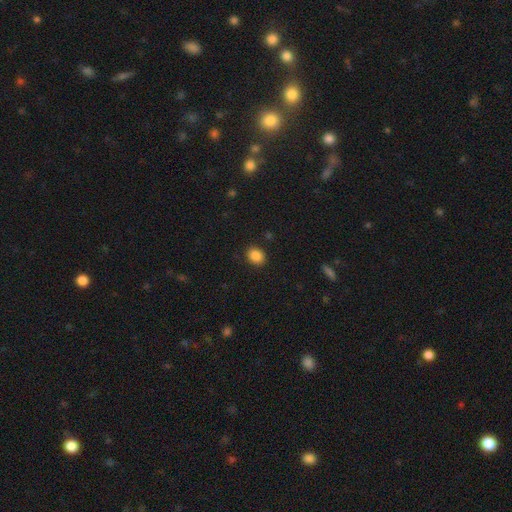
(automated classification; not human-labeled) This appears to be a smooth galaxy with no disk features (87%) that is in between round and cigar-shaped (52%). Merging: none (89%).